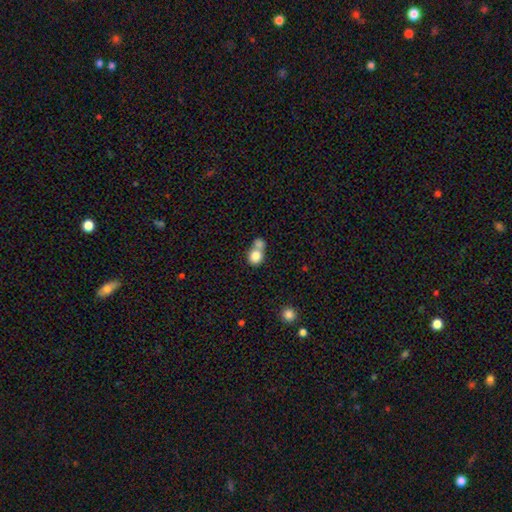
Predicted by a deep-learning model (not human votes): The model was most divided on "merging": merger: 56%, none: 34%, minor disturbance: 7%, major disturbance: 3%. More confident: smooth or featured — smooth (81%); how rounded — round (78%).